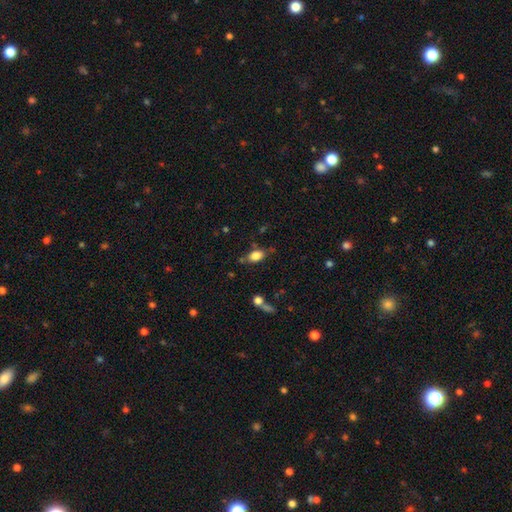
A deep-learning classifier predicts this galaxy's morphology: smooth_or_featured: smooth (p=0.83) [alt: star or artifact p=0.09]
how_rounded: in between (p=0.87) [alt: round p=0.10]
merging: none (p=0.73) [alt: minor disturbance p=0.16]